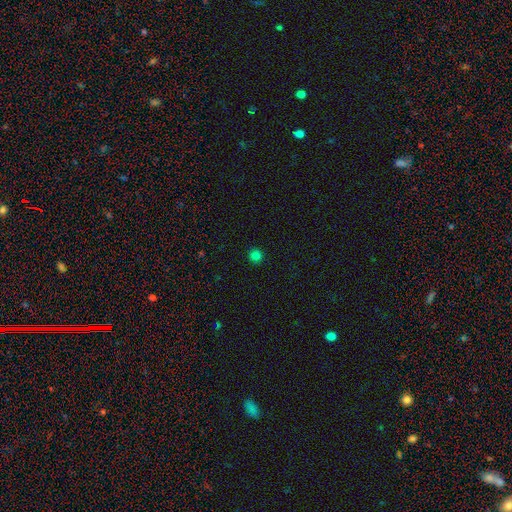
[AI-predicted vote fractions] smooth_or_featured: smooth (p=0.81) [alt: star or artifact p=0.16]
how_rounded: round (p=0.94) [alt: in between p=0.05]
merging: none (p=0.93) [alt: minor disturbance p=0.05]